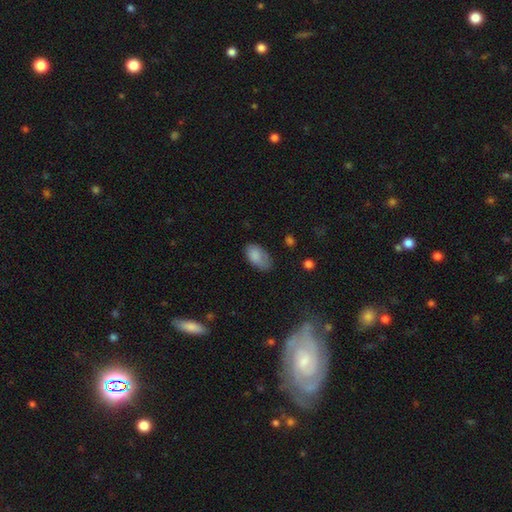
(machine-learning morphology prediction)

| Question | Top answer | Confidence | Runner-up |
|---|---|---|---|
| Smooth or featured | smooth | 84% | featured or disk (9%) |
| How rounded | in between | 94% | round (4%) |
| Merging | none | 59% | minor disturbance (30%) |